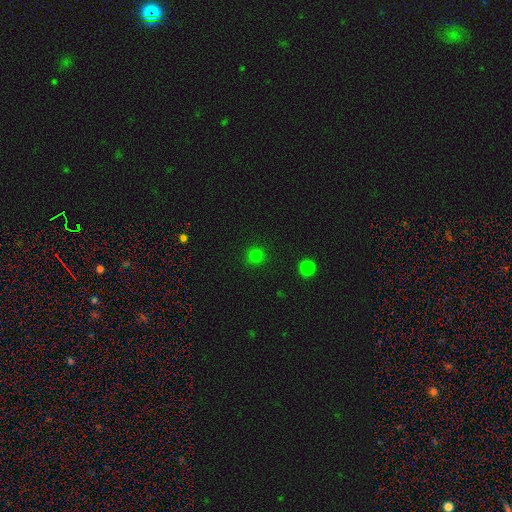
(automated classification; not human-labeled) Smooth or featured? smooth (77%)
How rounded? round (95%)
Merging? none (91%)